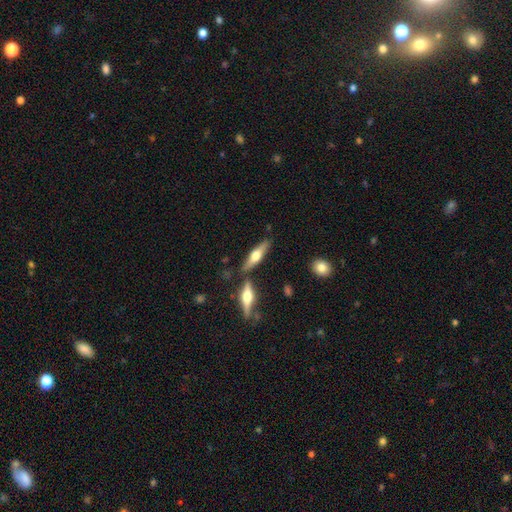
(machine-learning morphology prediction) featured or disk 58%, smooth 36%, star or artifact 6%. Down the decision tree: edge-on disk — yes (94%); edge-on bulge — rounded (93%); merging — none (75%).